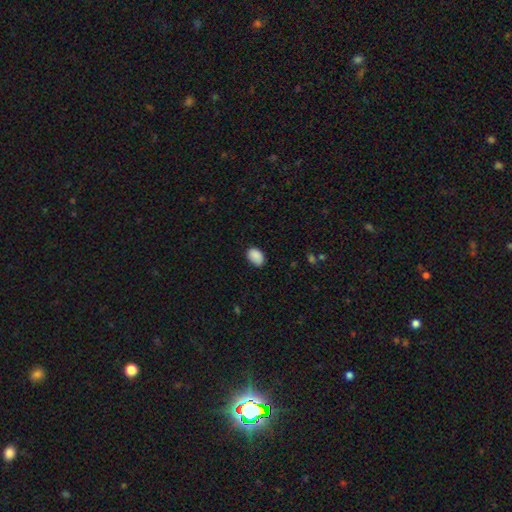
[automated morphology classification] smooth_or_featured: smooth (p=0.89) [alt: star or artifact p=0.07]
how_rounded: in between (p=0.83) [alt: round p=0.16]
merging: none (p=0.79) [alt: minor disturbance p=0.17]